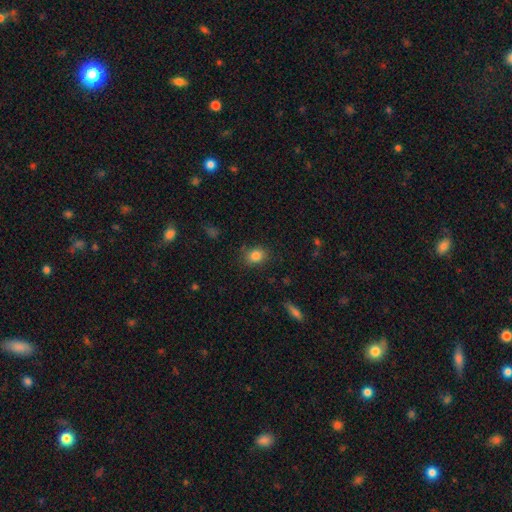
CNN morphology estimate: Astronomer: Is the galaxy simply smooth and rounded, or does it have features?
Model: smooth — 84%.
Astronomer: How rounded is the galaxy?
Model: round — 52% (runner-up: in between, 47%).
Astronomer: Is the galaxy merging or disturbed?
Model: none — 83%.